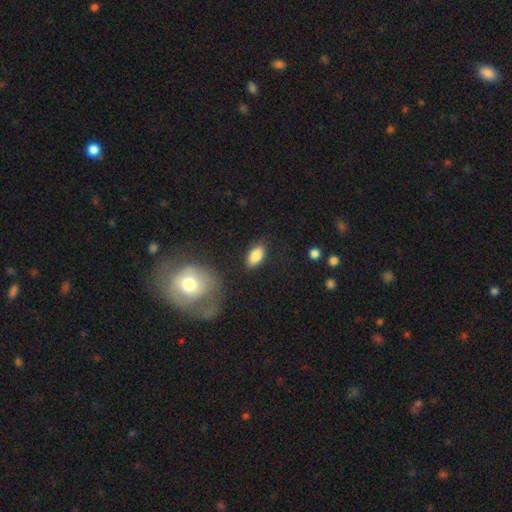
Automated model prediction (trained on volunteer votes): smooth-or-featured: smooth: 86% | featured or disk: 7% | star or artifact: 7%
  how-rounded: in between: 92% | round: 5% | cigar-shaped: 3%
  merging: none: 83% | minor disturbance: 12% | major disturbance: 3% | merger: 2%